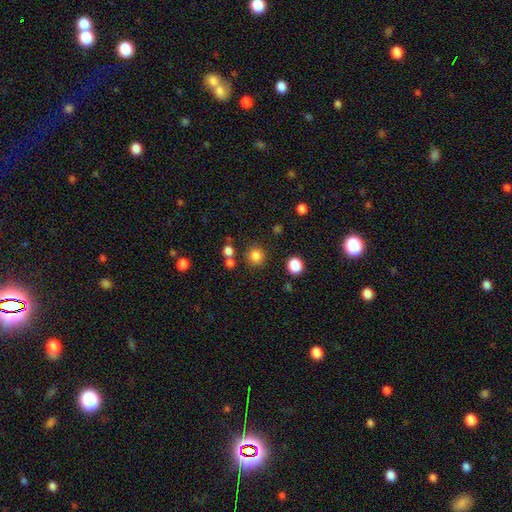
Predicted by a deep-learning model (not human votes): Smooth or featured: smooth — 82% (star or artifact — 13%)
How rounded: round — 92% (in between — 7%)
Merging: none — 83% (minor disturbance — 7%)